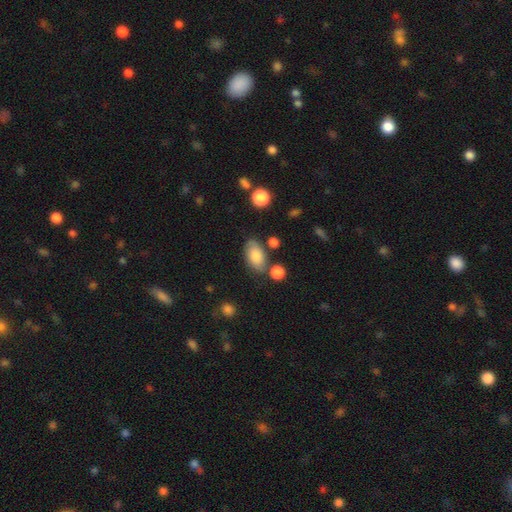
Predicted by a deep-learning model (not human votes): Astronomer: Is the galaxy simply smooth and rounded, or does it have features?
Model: smooth — 78%.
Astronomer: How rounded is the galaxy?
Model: in between — 92%.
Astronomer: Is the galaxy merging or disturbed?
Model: none — 69%.